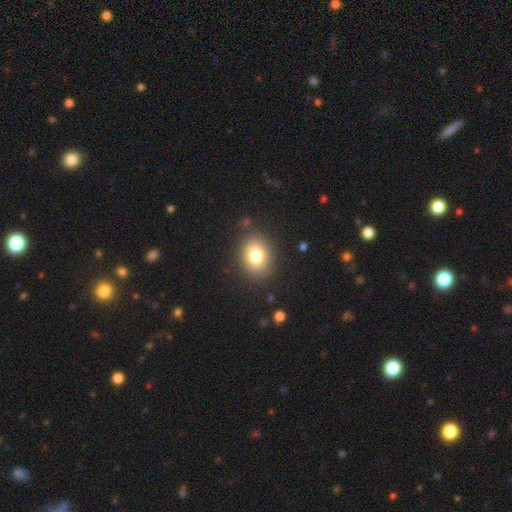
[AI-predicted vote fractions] smooth_or_featured: smooth (p=0.79) [alt: star or artifact p=0.10]
how_rounded: in between (p=0.59) [alt: round p=0.40]
merging: none (p=0.86) [alt: minor disturbance p=0.09]